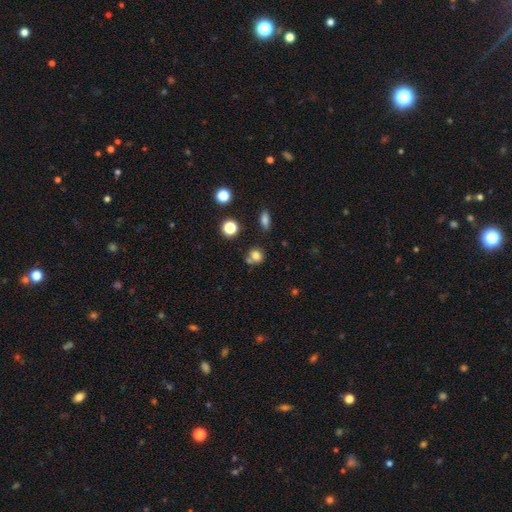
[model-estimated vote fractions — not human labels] Smooth or featured?
  - smooth: 77% *
  - star or artifact: 14%
  - featured or disk: 9%
How rounded?
  - round: 76% *
  - in between: 23%
  - cigar-shaped: 1%
Merging?
  - none: 58% *
  - merger: 23%
  - minor disturbance: 14%
  - major disturbance: 5%